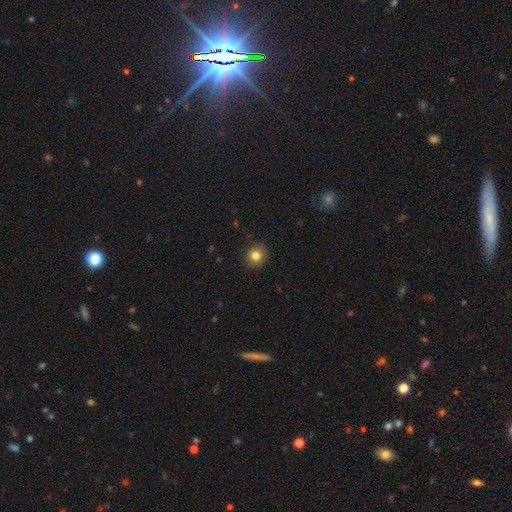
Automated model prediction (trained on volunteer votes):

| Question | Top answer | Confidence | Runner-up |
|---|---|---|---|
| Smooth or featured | smooth | 82% | star or artifact (12%) |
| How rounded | round | 89% | in between (10%) |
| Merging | none | 90% | minor disturbance (7%) |